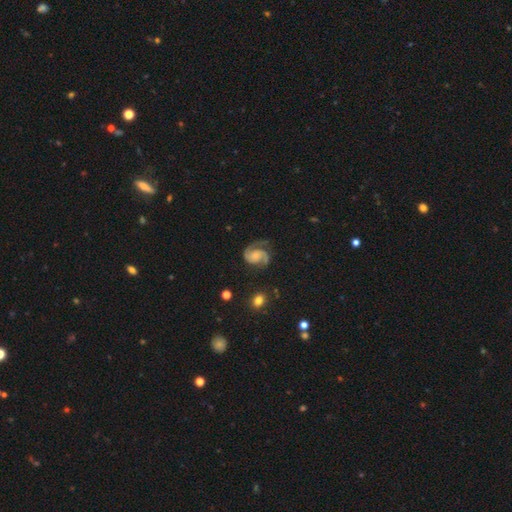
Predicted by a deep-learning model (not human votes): A featured or disk galaxy (89%) with no bar (65%), 2 (88%) medium (54%) spiral arms (98%) and a small central bulge (58%).

Vote fractions:
- Smooth or featured? featured or disk: 89% / smooth: 5% / star or artifact: 5%
- Edge-on disk? no: 98% / yes: 2%
- Bar? no: 65% / weak: 28% / strong: 7%
- Spiral arms? yes: 98% / no: 2%
- Spiral winding? medium: 54% / tight: 32% / loose: 15%
- Spiral arm count? 2: 88% / 1: 5% / 3: 3% / can't tell: 3% / 4: 1% / more than 4: 1%
- Bulge size? small: 58% / moderate: 31% / none: 8% / large: 2% / dominant: 1%
- Merging? none: 71% / minor disturbance: 18% / major disturbance: 10% / merger: 2%